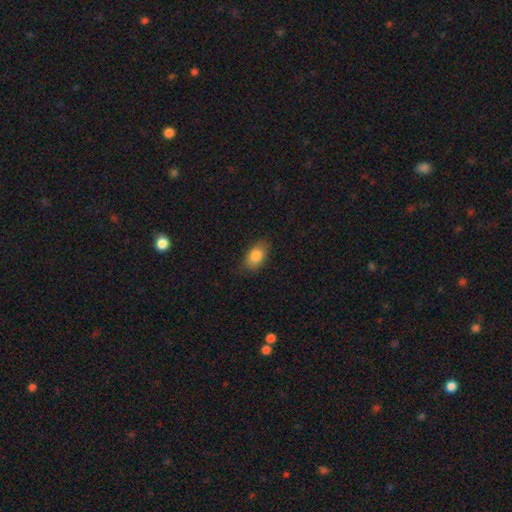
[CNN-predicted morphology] Smooth or featured? Predicted: smooth (p=0.83). How rounded? Predicted: in between (p=0.89). Merging? Predicted: none (p=0.82).